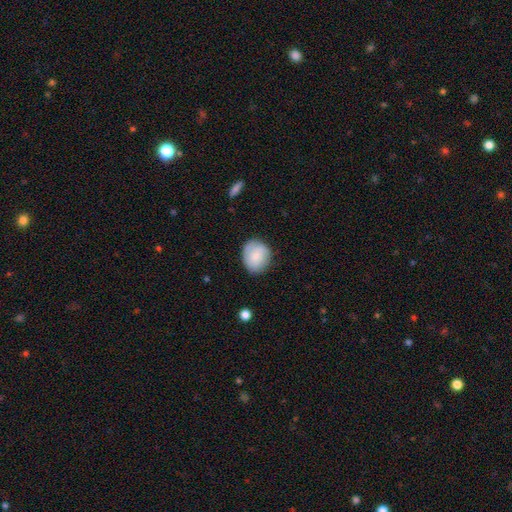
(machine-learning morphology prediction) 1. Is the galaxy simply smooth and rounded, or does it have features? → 75% smooth, 18% featured or disk, 7% star or artifact.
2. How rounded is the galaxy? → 66% round, 33% in between, 1% cigar-shaped.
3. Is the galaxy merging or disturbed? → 78% none, 17% minor disturbance, 4% major disturbance, 1% merger.